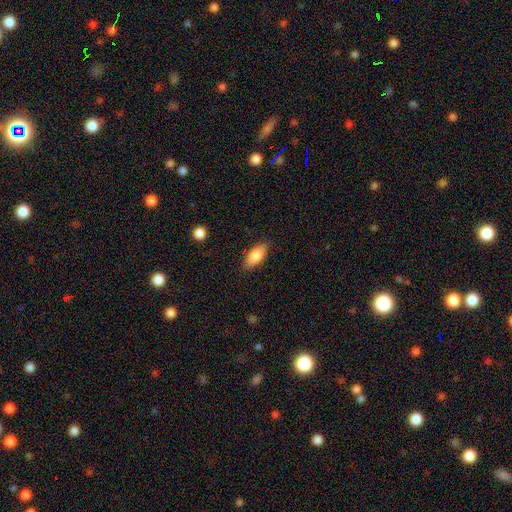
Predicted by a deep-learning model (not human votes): This appears to be a smooth galaxy with no disk features (80%) that is in between round and cigar-shaped (83%). Merging: none (85%).